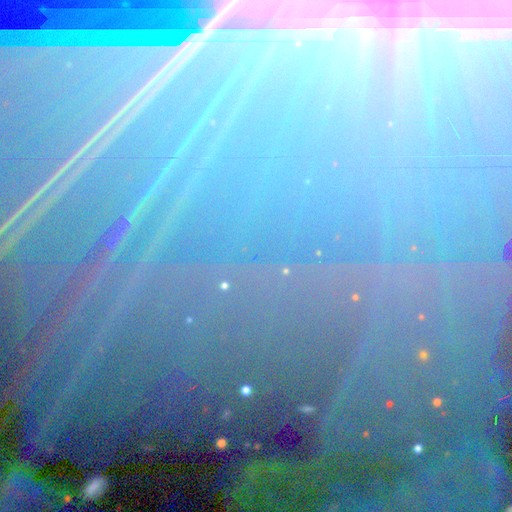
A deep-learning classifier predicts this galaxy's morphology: Smooth or featured: star or artifact — 85% (featured or disk — 8%)